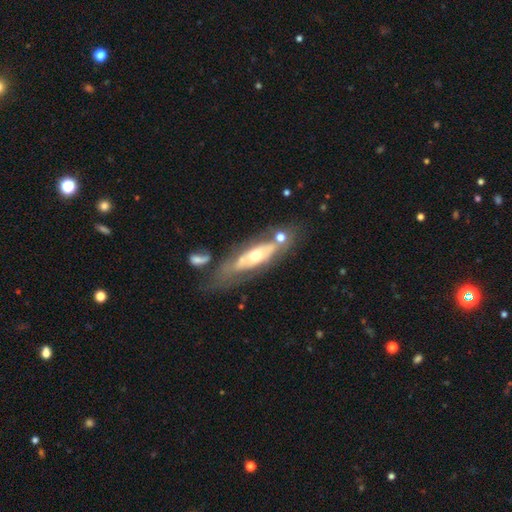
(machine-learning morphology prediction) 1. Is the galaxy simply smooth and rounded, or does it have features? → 68% featured or disk, 26% smooth, 6% star or artifact.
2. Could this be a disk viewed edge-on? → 73% no, 27% yes.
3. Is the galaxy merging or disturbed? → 55% none, 19% minor disturbance, 13% major disturbance, 12% merger.